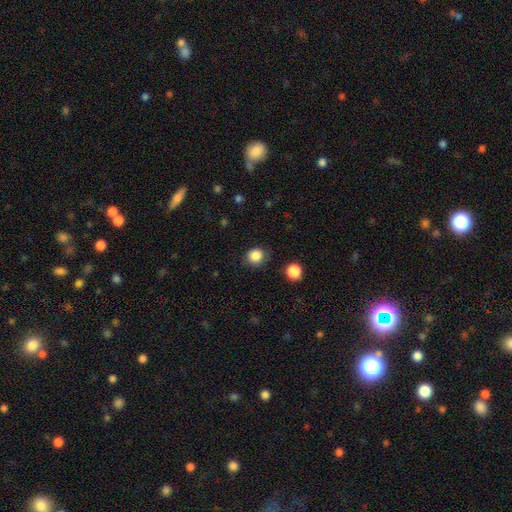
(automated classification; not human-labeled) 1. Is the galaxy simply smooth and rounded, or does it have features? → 85% smooth, 11% star or artifact, 4% featured or disk.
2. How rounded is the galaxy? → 80% round, 19% in between, 1% cigar-shaped.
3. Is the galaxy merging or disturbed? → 81% none, 14% minor disturbance, 4% major disturbance, 2% merger.